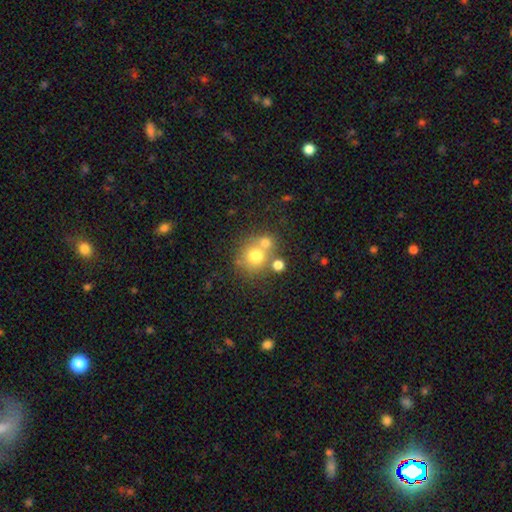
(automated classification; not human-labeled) A smooth galaxy with no disk features (69%) that is round (87%). Merging: none (51%).